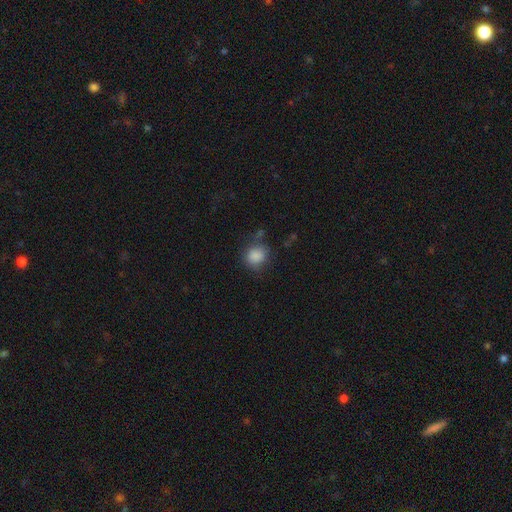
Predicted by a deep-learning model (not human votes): Smooth or featured?
  - smooth: 86% *
  - star or artifact: 9%
  - featured or disk: 5%
How rounded?
  - round: 79% *
  - in between: 20%
  - cigar-shaped: 1%
Merging?
  - none: 70% *
  - minor disturbance: 19%
  - major disturbance: 7%
  - merger: 4%